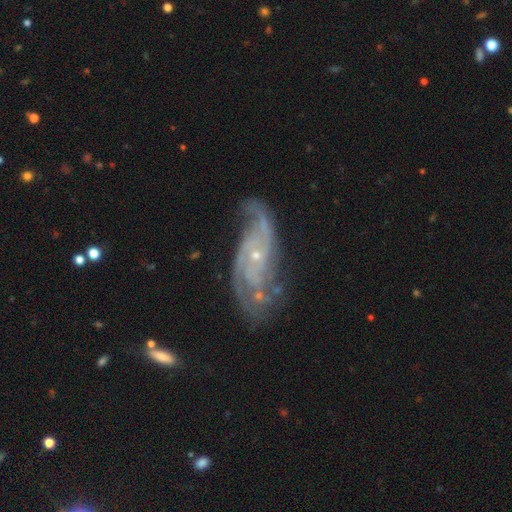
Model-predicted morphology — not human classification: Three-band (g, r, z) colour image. It shows a featured or disk galaxy (89%) with no bar (69%), 2 (41%) medium (44%) spiral arms (97%) and a small central bulge (82%). Merging: none (62%).